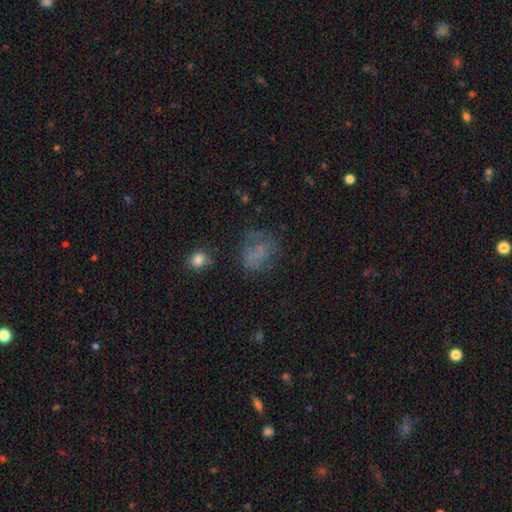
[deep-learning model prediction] A smooth galaxy with no disk features (57%) that is in between round and cigar-shaped (51%).

Vote fractions:
- Smooth or featured? smooth: 57% / featured or disk: 23% / star or artifact: 20%
- How rounded? in between: 51% / round: 48% / cigar-shaped: 1%
- Merging? none: 53% / minor disturbance: 23% / major disturbance: 20% / merger: 4%